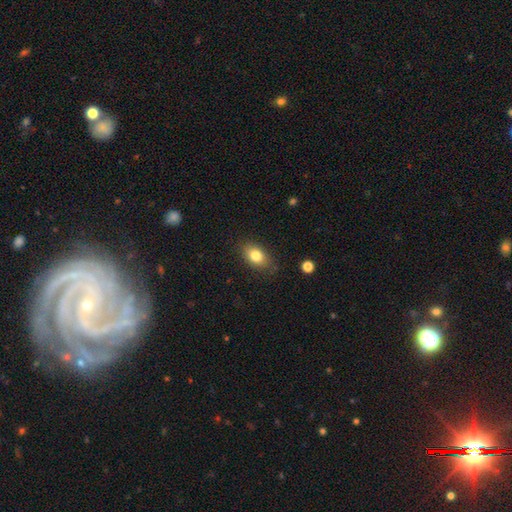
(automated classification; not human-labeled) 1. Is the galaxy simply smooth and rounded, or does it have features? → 81% smooth, 10% featured or disk, 9% star or artifact.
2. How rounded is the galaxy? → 81% in between, 17% round, 2% cigar-shaped.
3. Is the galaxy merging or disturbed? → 82% none, 13% minor disturbance, 3% major disturbance, 1% merger.